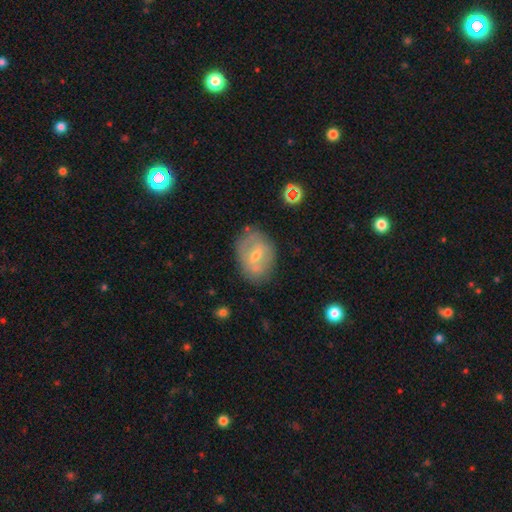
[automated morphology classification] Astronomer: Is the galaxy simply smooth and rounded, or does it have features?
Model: featured or disk — 56% (runner-up: smooth, 35%).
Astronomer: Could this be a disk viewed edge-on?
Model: no — 93%.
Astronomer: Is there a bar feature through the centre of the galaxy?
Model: weak — 49% (runner-up: strong, 27%).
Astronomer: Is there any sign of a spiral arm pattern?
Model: no — 61% (runner-up: yes, 39%).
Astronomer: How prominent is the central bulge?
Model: small — 56% (runner-up: moderate, 40%).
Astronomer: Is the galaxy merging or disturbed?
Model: none — 71%.